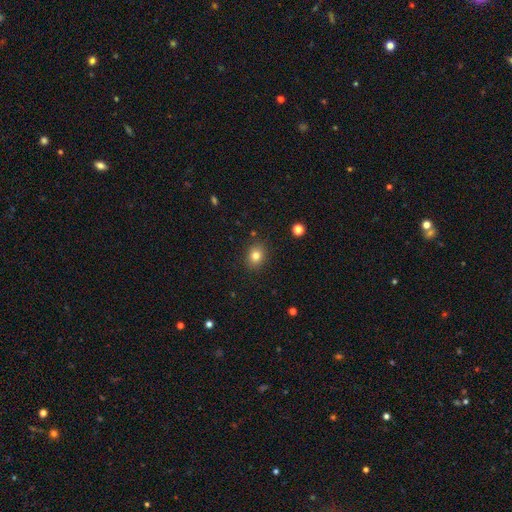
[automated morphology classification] This is clearly a smooth galaxy (81%). How rounded: possibly round (55%). Merging: clearly none (87%).